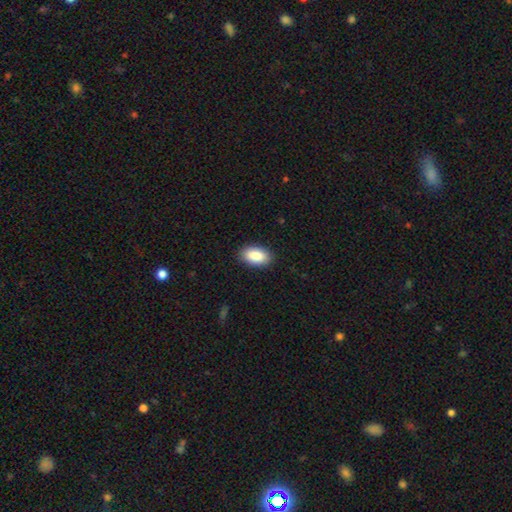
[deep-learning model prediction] This is clearly a smooth galaxy (89%). How rounded: clearly in between (94%). Merging: clearly none (89%).